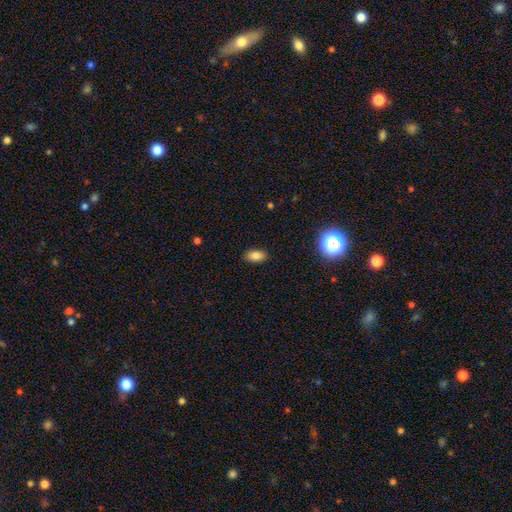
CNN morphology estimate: A smooth galaxy with no disk features (83%) that is in between round and cigar-shaped (90%).

Vote fractions:
- Smooth or featured? smooth: 83% / star or artifact: 10% / featured or disk: 7%
- How rounded? in between: 90% / round: 6% / cigar-shaped: 4%
- Merging? none: 87% / minor disturbance: 9% / major disturbance: 2% / merger: 1%